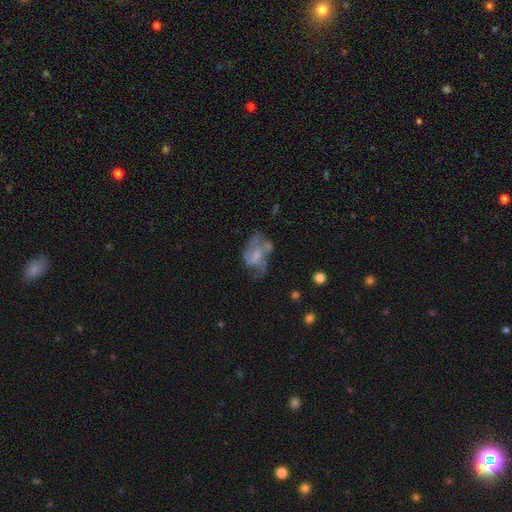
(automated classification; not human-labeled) Smooth or featured: featured or disk — 55% (smooth — 35%)
Edge-on disk: no — 97% (yes — 3%)
Bar: no — 55% (weak — 35%)
Spiral arms: yes — 51% (no — 49%)
Bulge size: none — 39% (moderate — 27%)
Merging: major disturbance — 35% (none — 30%)